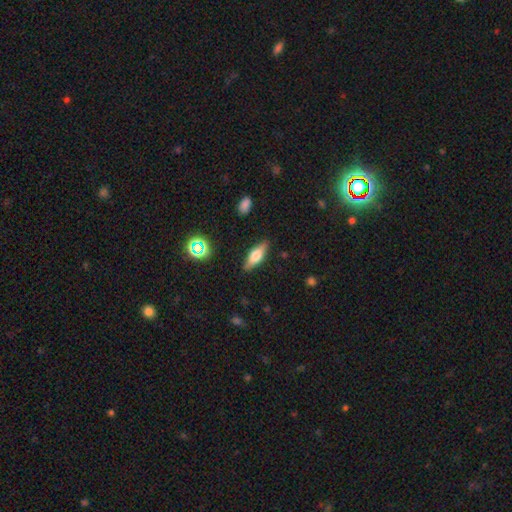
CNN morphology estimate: Q: Smooth or featured?
A: smooth (57%); runner-up: featured or disk (35%)
Q: How rounded?
A: in between (57%); runner-up: cigar-shaped (40%)
Q: Merging?
A: none (86%); runner-up: minor disturbance (10%)